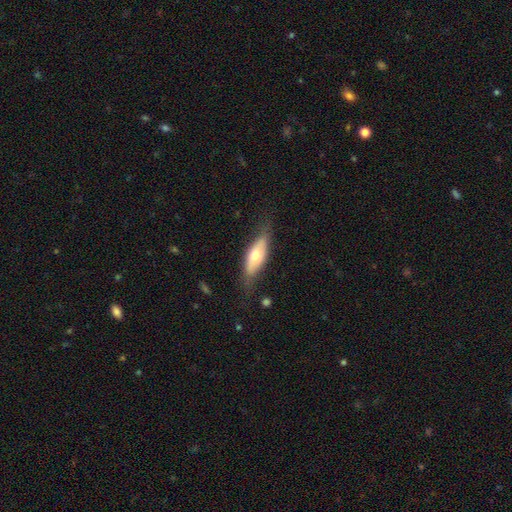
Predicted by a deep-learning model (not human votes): Morphology: type=smooth (56%); roundness=in between (66%); merging=none (68%).